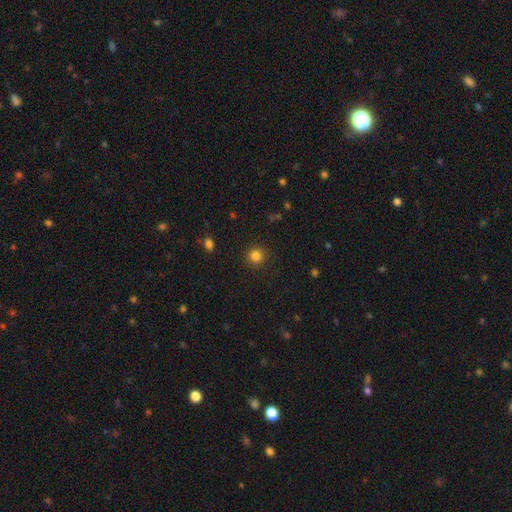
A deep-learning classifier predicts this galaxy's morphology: This appears to be a smooth galaxy with no disk features (83%) that is round (92%). Merging: none (90%).